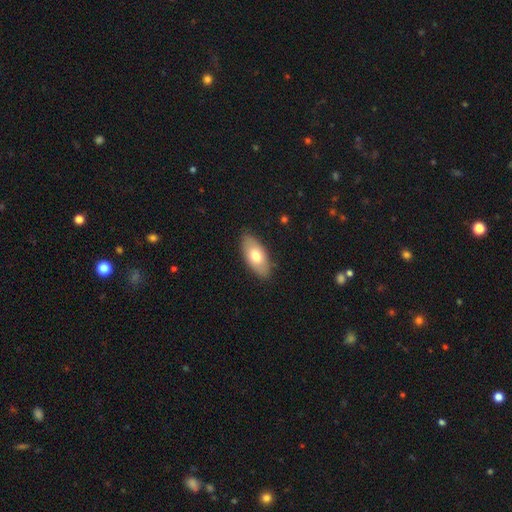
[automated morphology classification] smooth 69%, featured or disk 25%, star or artifact 6%. Down the decision tree: how rounded — in between (90%); merging — none (85%).